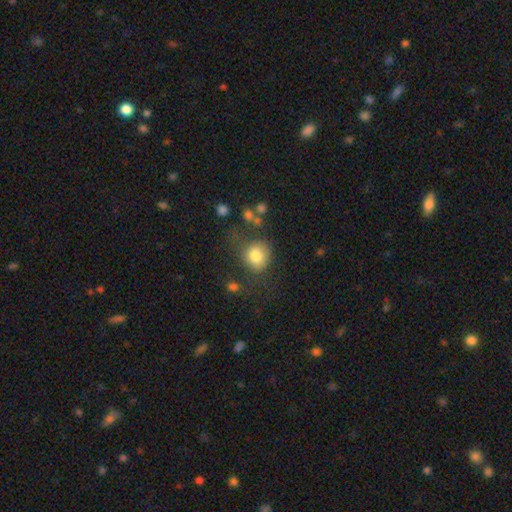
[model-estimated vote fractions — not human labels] Overall: smooth (80%). How rounded: round (76%). Merging: none (53%; minor disturbance 23%).